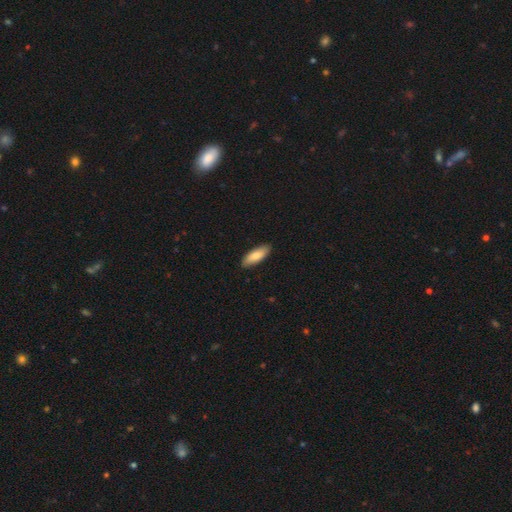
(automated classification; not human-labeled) Smooth or featured? Predicted: smooth (p=0.82). How rounded? Predicted: in between (p=0.70). Merging? Predicted: none (p=0.89).